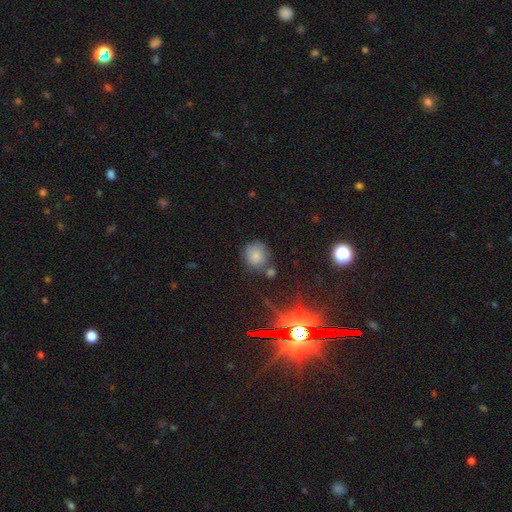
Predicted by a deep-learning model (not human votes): Morphology: type=smooth (74%); roundness=round (81%); merging=none (66%).